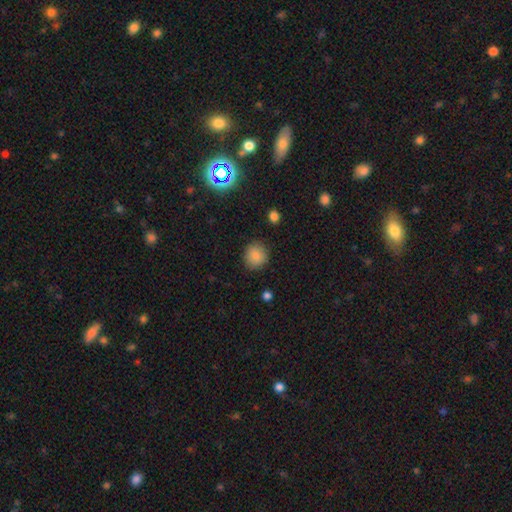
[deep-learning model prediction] Smooth or featured?
  - smooth: 85% *
  - star or artifact: 10%
  - featured or disk: 4%
How rounded?
  - round: 85% *
  - in between: 14%
  - cigar-shaped: 1%
Merging?
  - none: 88% *
  - minor disturbance: 8%
  - major disturbance: 3%
  - merger: 1%